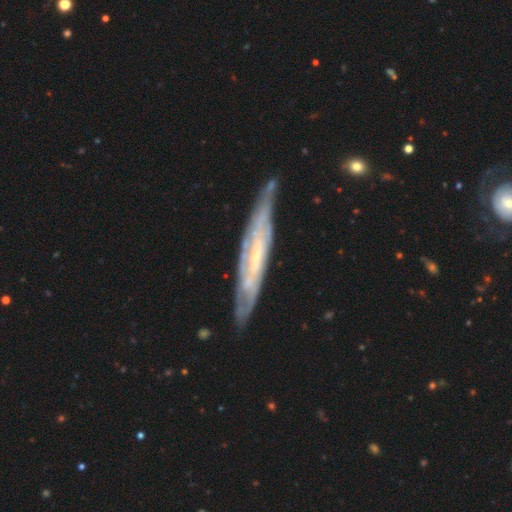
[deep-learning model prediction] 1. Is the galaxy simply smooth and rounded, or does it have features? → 81% featured or disk, 13% smooth, 6% star or artifact.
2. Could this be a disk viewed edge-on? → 51% yes, 49% no.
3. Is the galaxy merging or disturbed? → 74% none, 20% minor disturbance, 4% major disturbance, 2% merger.